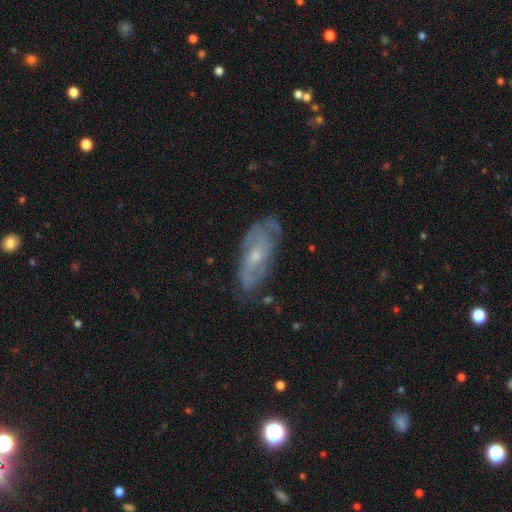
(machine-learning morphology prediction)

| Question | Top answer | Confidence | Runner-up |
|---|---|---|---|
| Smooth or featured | featured or disk | 66% | smooth (26%) |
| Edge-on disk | no | 87% | yes (13%) |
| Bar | no | 67% | weak (28%) |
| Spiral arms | yes | 74% | no (26%) |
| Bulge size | small | 51% | moderate (42%) |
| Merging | none | 67% | minor disturbance (23%) |